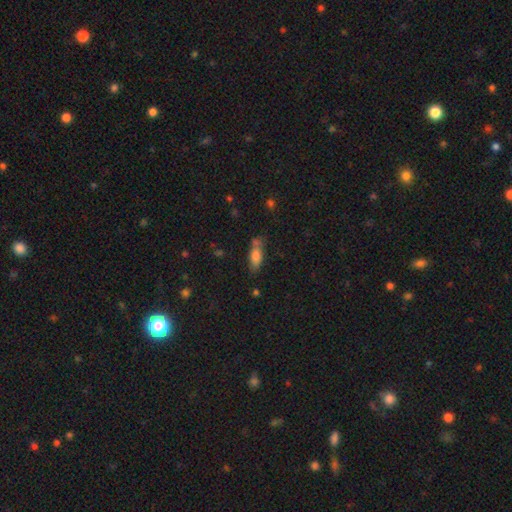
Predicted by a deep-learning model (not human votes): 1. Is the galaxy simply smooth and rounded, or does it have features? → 78% smooth, 13% featured or disk, 10% star or artifact.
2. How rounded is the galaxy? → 73% in between, 24% cigar-shaped, 3% round.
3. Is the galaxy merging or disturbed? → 54% none, 21% minor disturbance, 18% merger, 7% major disturbance.